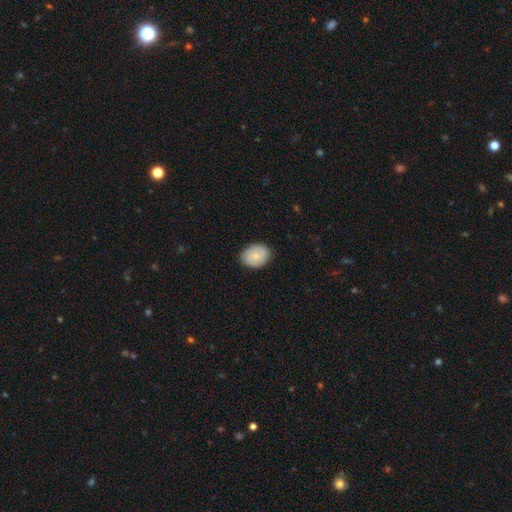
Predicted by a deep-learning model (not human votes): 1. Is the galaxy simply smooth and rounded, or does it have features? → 77% smooth, 16% featured or disk, 7% star or artifact.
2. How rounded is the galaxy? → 62% in between, 37% round, 1% cigar-shaped.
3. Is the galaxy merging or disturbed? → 84% none, 13% minor disturbance, 2% major disturbance, 1% merger.